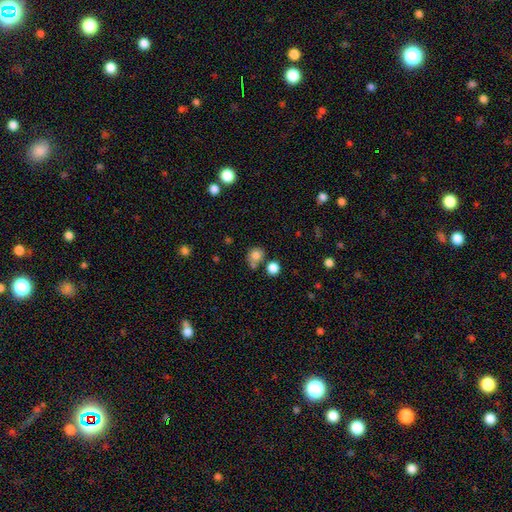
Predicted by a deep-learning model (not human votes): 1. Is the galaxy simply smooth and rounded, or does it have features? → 80% smooth, 12% star or artifact, 8% featured or disk.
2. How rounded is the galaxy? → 82% round, 18% in between, 1% cigar-shaped.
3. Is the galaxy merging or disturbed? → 61% none, 23% merger, 12% minor disturbance, 4% major disturbance.